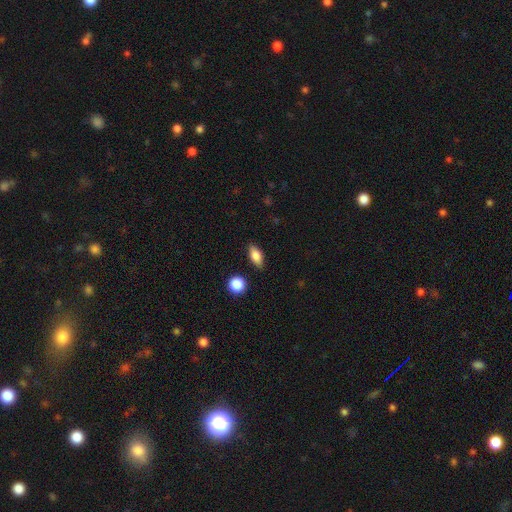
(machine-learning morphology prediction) Overall: smooth (80%). How rounded: in between (82%). Merging: none (85%).